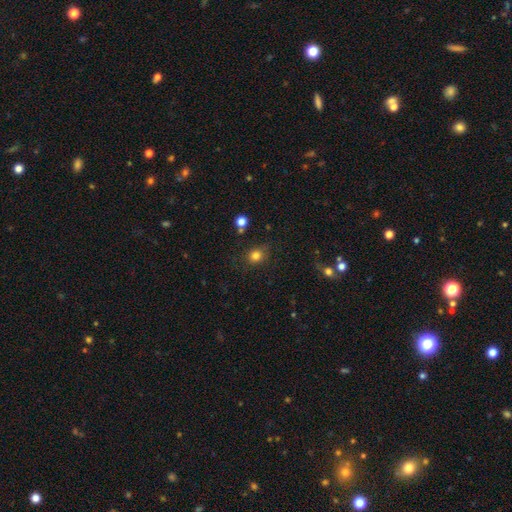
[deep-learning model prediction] Smooth or featured? smooth (80%)
How rounded? round (70%)
Merging? none (78%)